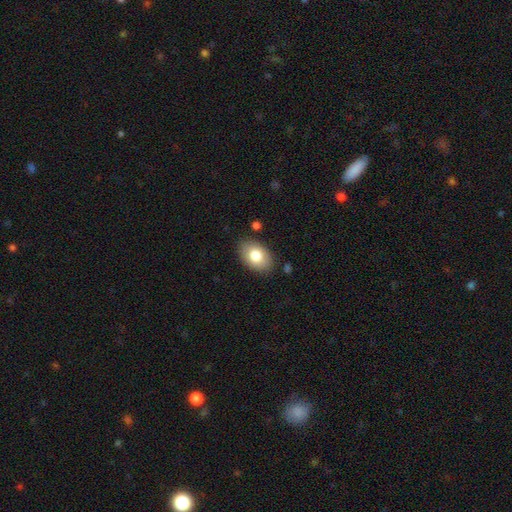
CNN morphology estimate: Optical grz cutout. It shows a smooth galaxy with no disk features (79%) that is in between round and cigar-shaped (85%). Merging: none (84%).